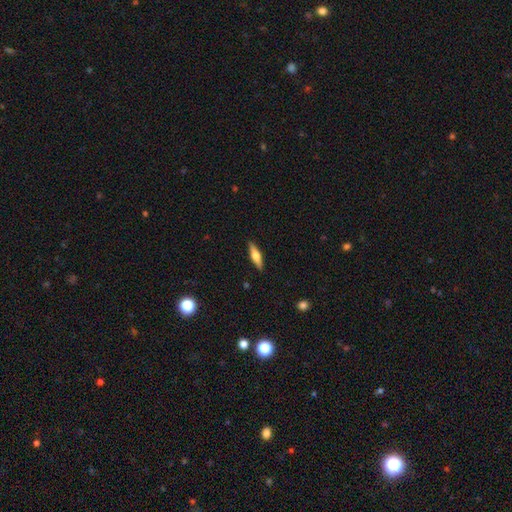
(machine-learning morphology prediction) type=featured or disk (52%); edge-on=yes (95%); merging=none (90%).